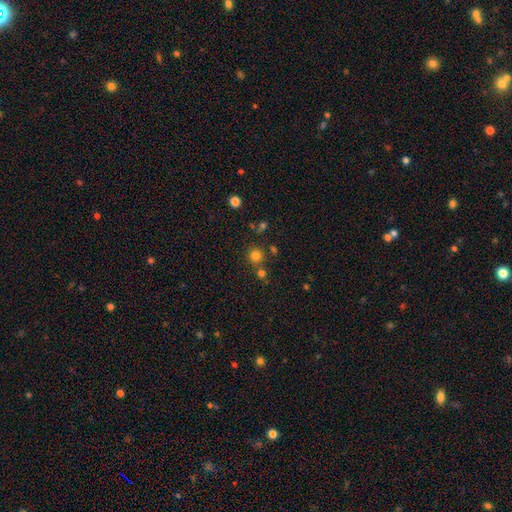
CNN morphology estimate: Q: Smooth or featured?
A: smooth (75%); runner-up: star or artifact (19%)
Q: How rounded?
A: round (92%); runner-up: in between (7%)
Q: Merging?
A: none (73%); runner-up: merger (16%)